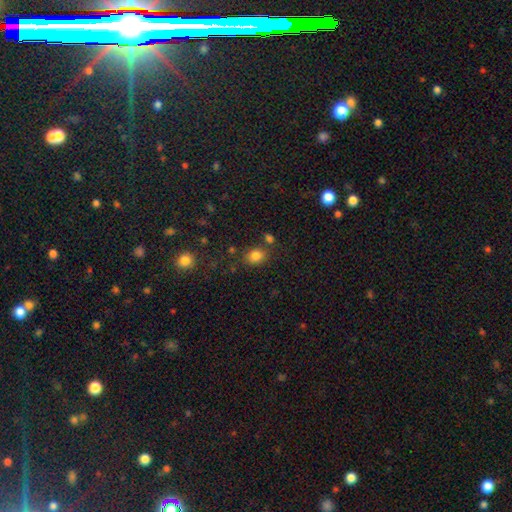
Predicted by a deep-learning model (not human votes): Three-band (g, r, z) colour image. It shows a smooth galaxy with no disk features (82%) that is in between round and cigar-shaped (53%). Merging: none (74%).